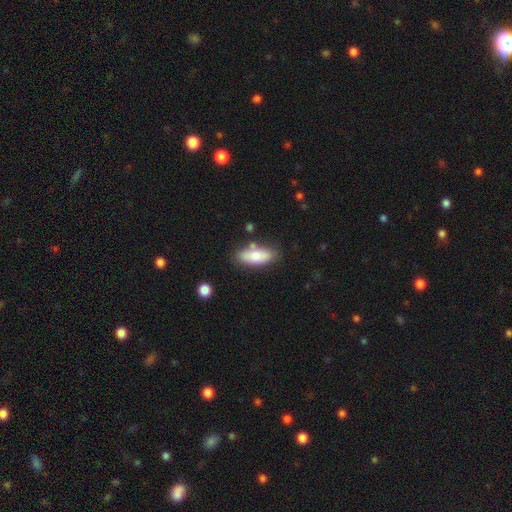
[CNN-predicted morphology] Smooth or featured: smooth — 70% (featured or disk — 24%)
How rounded: in between — 78% (cigar-shaped — 19%)
Merging: none — 75% (minor disturbance — 14%)